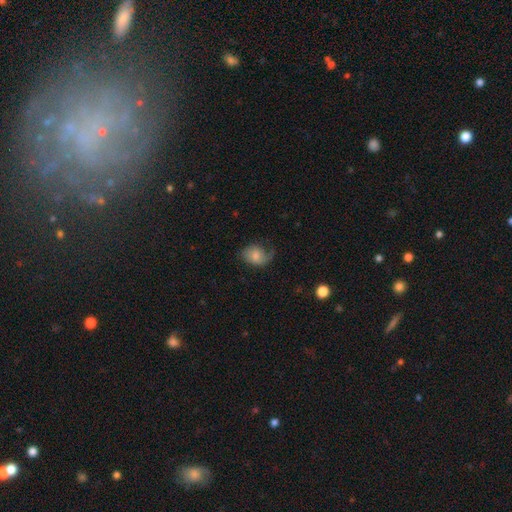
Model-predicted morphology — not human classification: Smooth or featured: smooth — 55% (featured or disk — 37%)
How rounded: in between — 64% (round — 35%)
Merging: none — 47% (minor disturbance — 29%)